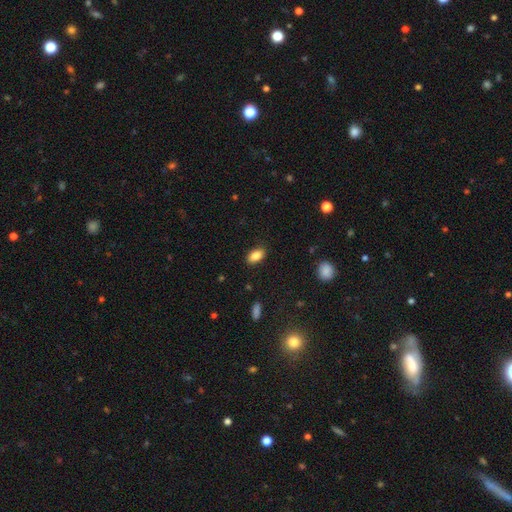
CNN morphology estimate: Q: Smooth or featured?
A: smooth (86%); runner-up: star or artifact (8%)
Q: How rounded?
A: in between (91%); runner-up: round (6%)
Q: Merging?
A: none (86%); runner-up: minor disturbance (10%)